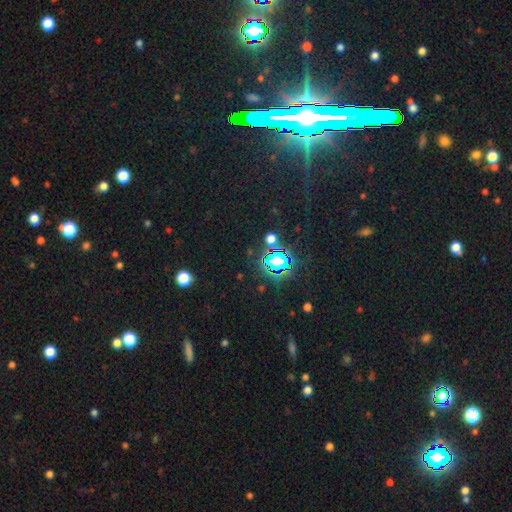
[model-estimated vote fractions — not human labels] Smooth or featured? star or artifact (79%)